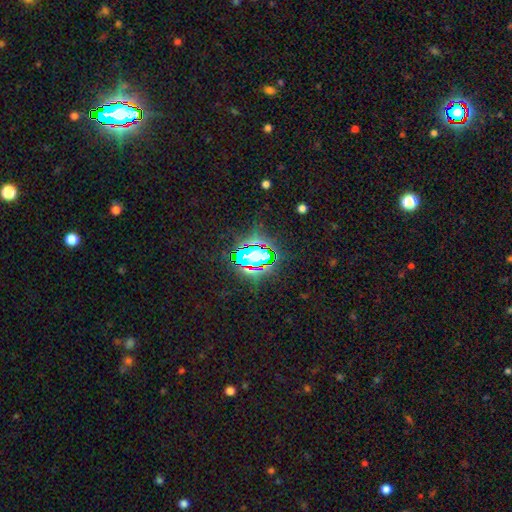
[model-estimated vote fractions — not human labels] Smooth or featured: star or artifact — 69% (smooth — 19%)